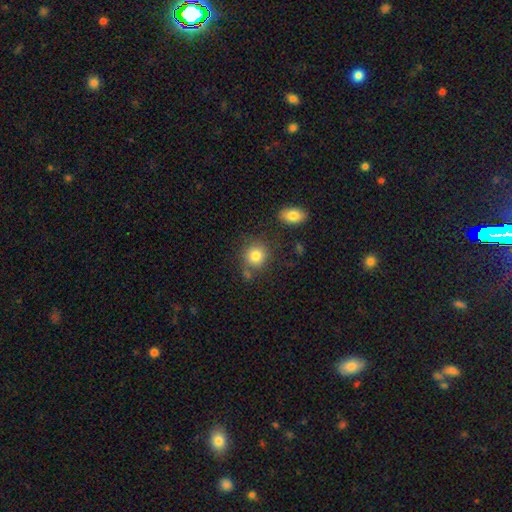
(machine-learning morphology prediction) The model was most divided on "merging": none: 73%, minor disturbance: 13%, merger: 10%, major disturbance: 5%. More confident: how rounded — round (85%); smooth or featured — smooth (83%).